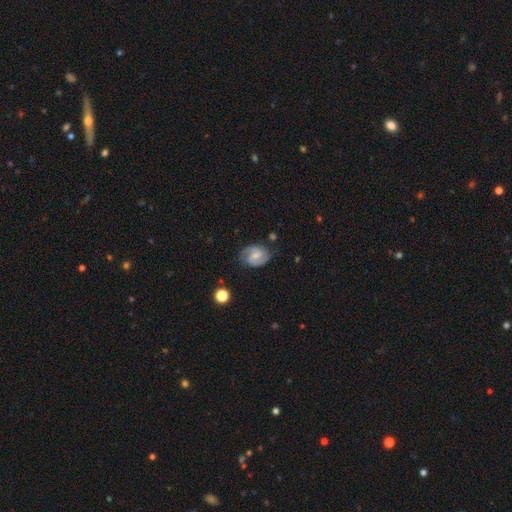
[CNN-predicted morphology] smooth_or_featured: featured or disk (p=0.84) [alt: smooth p=0.11]
disk_edge_on: no (p=0.98) [alt: yes p=0.02]
bar: weak (p=0.54) [alt: no p=0.28]
has_spiral_arms: yes (p=0.97) [alt: no p=0.03]
spiral_winding: medium (p=0.50) [alt: tight p=0.39]
spiral_arm_count: 2 (p=0.91) [alt: can't tell p=0.04]
bulge_size: small (p=0.51) [alt: moderate p=0.38]
merging: none (p=0.81) [alt: minor disturbance p=0.14]